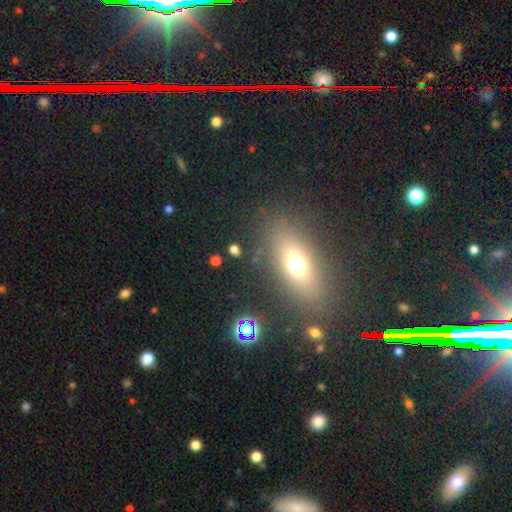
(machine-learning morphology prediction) type=smooth (49%); merging=none (84%).